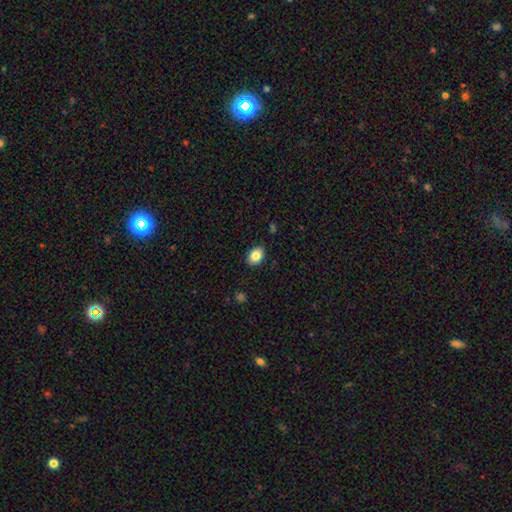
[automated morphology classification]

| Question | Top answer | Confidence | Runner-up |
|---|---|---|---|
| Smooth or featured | smooth | 85% | star or artifact (9%) |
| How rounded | in between | 70% | round (29%) |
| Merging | none | 87% | minor disturbance (10%) |